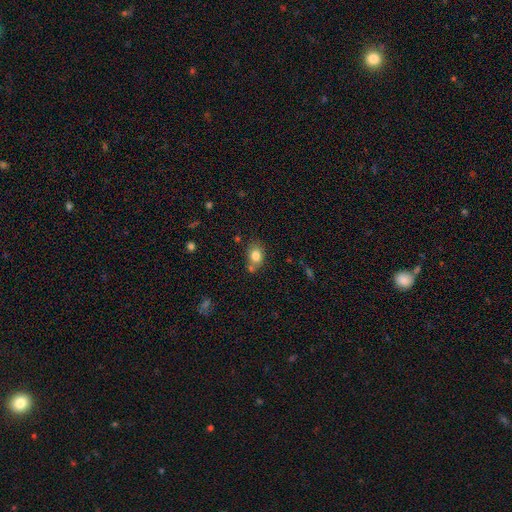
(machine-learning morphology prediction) smooth-or-featured: smooth: 81% | star or artifact: 10% | featured or disk: 9%
  how-rounded: in between: 57% | round: 42% | cigar-shaped: 1%
  merging: none: 63% | minor disturbance: 16% | merger: 16% | major disturbance: 4%